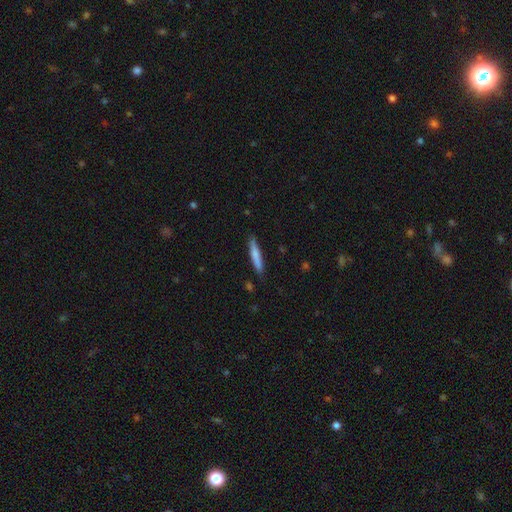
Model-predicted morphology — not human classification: Overall: smooth (72%). How rounded: cigar-shaped (92%). Merging: none (86%).